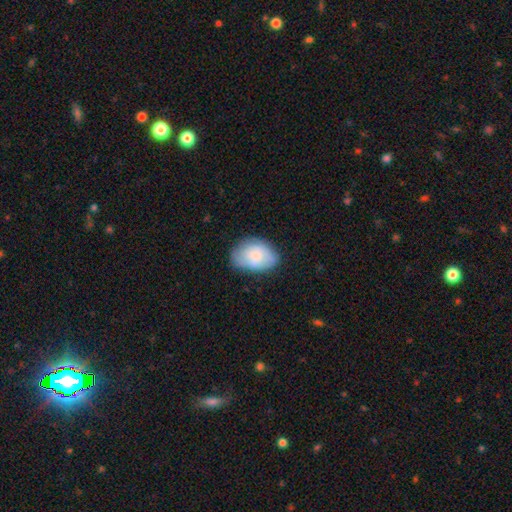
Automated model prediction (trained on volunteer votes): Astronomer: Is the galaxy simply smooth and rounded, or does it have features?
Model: smooth — 79%.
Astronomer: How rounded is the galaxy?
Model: in between — 83%.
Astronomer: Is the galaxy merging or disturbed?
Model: none — 68%.